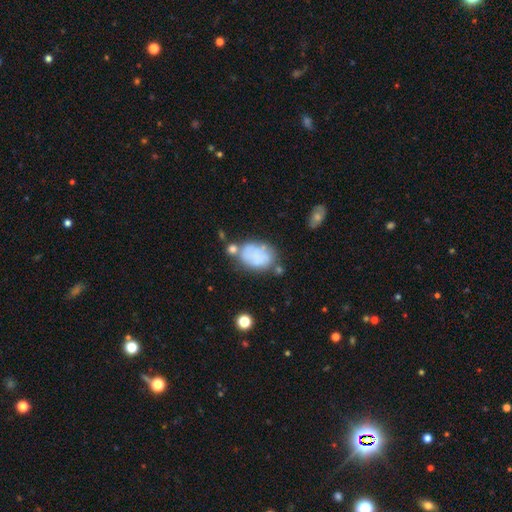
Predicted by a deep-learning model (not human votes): This is likely a smooth galaxy (63%). How rounded: clearly in between (82%). Merging: marginally none (42%).